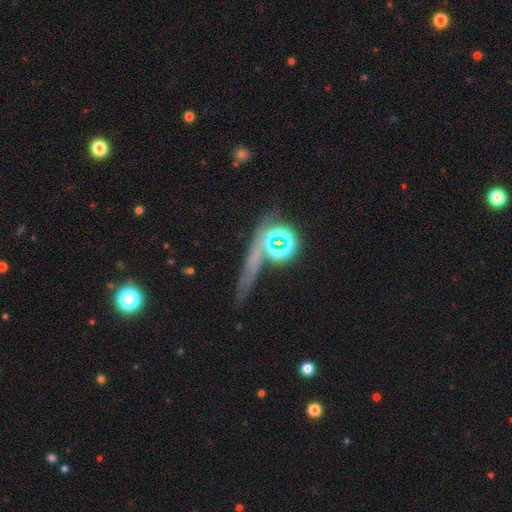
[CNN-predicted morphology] This appears to be a star or artifact, not a galaxy (55%).